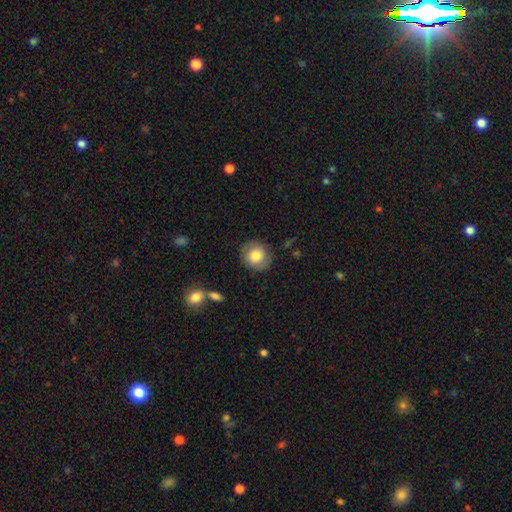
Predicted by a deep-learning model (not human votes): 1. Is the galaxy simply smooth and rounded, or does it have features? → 71% smooth, 21% featured or disk, 8% star or artifact.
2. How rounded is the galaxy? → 85% round, 14% in between, 1% cigar-shaped.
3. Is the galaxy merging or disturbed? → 83% none, 12% minor disturbance, 4% major disturbance, 2% merger.